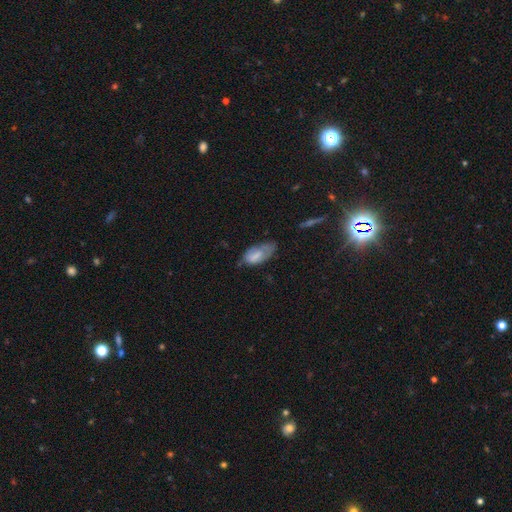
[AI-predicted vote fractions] Smooth or featured?
  - smooth: 69% *
  - featured or disk: 23%
  - star or artifact: 8%
How rounded?
  - in between: 91% *
  - cigar-shaped: 6%
  - round: 3%
Merging?
  - minor disturbance: 39% *
  - none: 36%
  - major disturbance: 22%
  - merger: 3%